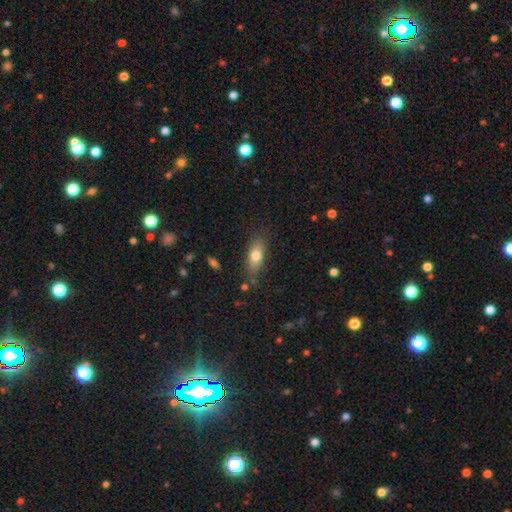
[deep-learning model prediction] Morphology: type=smooth (74%); roundness=in between (75%); merging=none (80%).